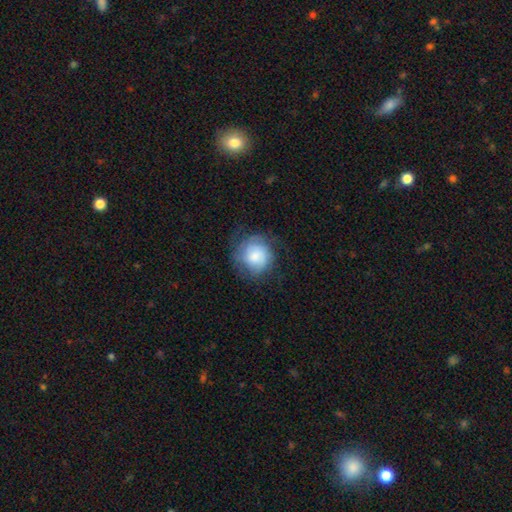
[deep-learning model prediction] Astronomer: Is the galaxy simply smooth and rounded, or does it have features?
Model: smooth — 63%.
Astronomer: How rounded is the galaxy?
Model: round — 87%.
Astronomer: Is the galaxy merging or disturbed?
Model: none — 62%.